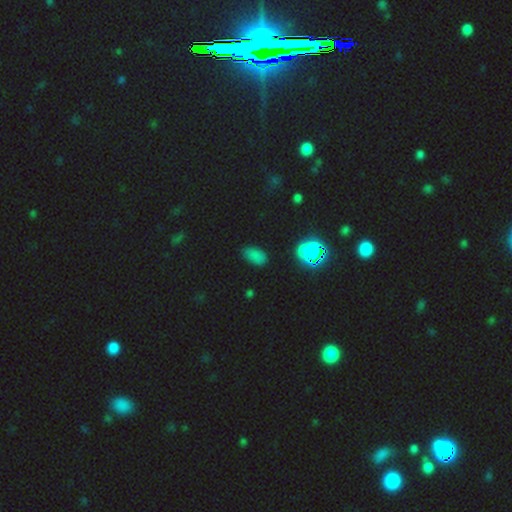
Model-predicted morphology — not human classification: A smooth galaxy with no disk features (65%) that is in between round and cigar-shaped (88%).

Vote fractions:
- Smooth or featured? smooth: 65% / star or artifact: 28% / featured or disk: 7%
- How rounded? in between: 88% / round: 9% / cigar-shaped: 3%
- Merging? none: 77% / minor disturbance: 16% / major disturbance: 5% / merger: 3%